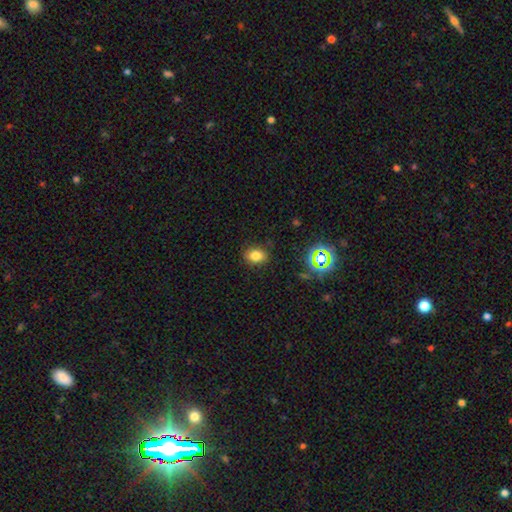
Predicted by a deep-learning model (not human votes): Smooth or featured: smooth — 78% (star or artifact — 15%)
How rounded: in between — 62% (round — 37%)
Merging: none — 85% (minor disturbance — 10%)